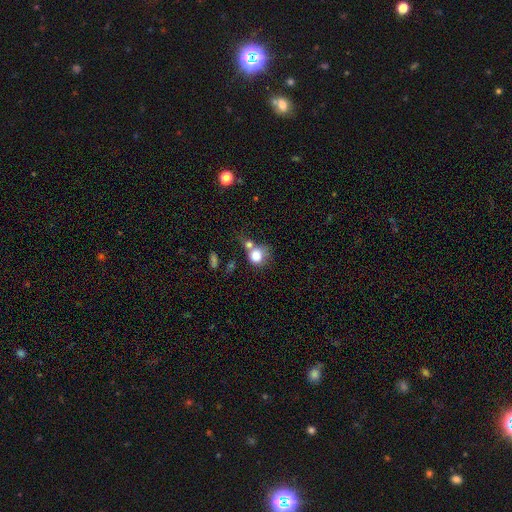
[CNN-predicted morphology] Smooth or featured? Predicted: smooth (p=0.79). How rounded? Predicted: round (p=0.75). Merging? Predicted: merger (p=0.38).